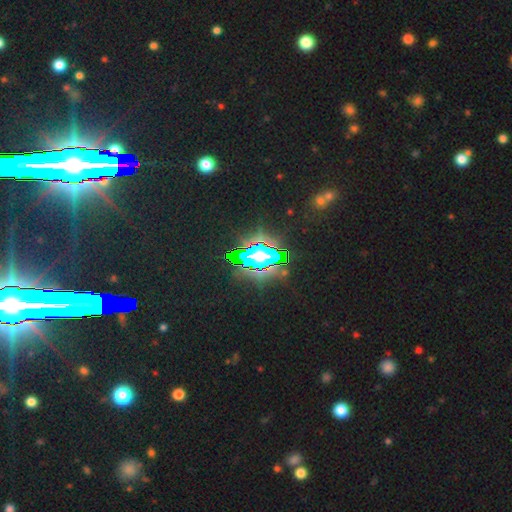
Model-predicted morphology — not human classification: Smooth or featured? Predicted: star or artifact (p=0.70).